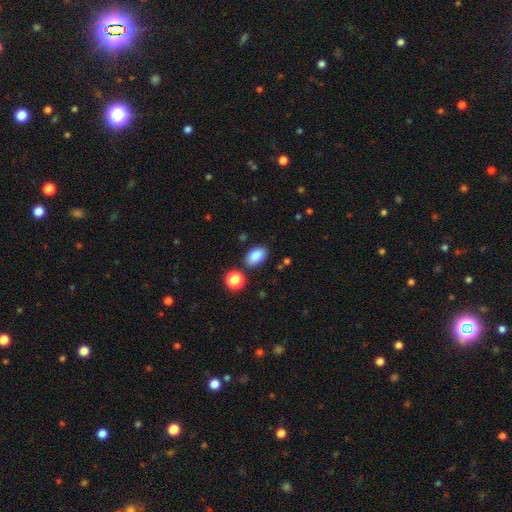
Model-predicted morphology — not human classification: The model was most divided on "merging": none: 82%, minor disturbance: 10%, merger: 5%, major disturbance: 3%. More confident: how rounded — in between (90%); smooth or featured — smooth (87%).